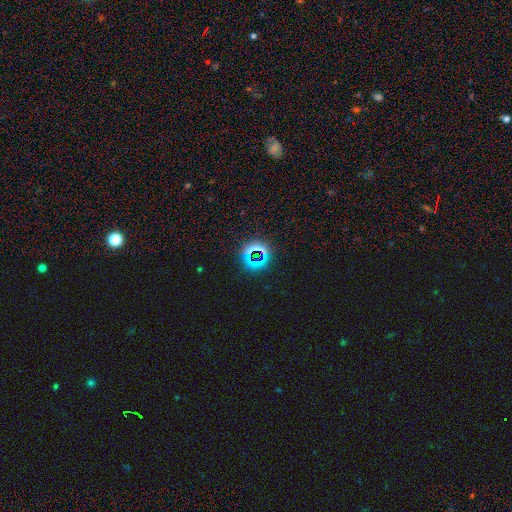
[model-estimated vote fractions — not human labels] Smooth or featured? Predicted: star or artifact (p=0.71).